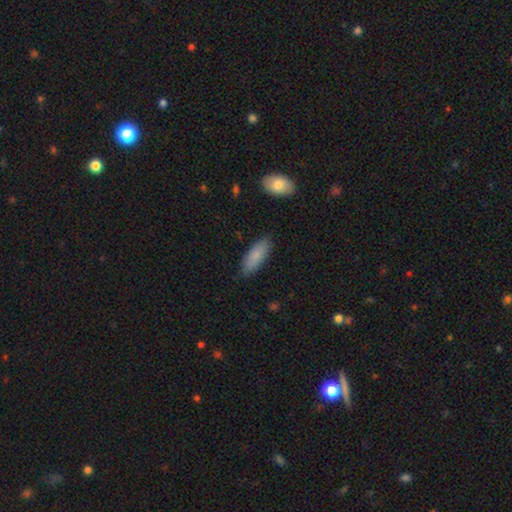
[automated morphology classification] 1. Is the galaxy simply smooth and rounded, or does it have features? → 83% smooth, 11% featured or disk, 6% star or artifact.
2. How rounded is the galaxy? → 69% in between, 30% cigar-shaped, 2% round.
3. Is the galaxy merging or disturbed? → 83% none, 13% minor disturbance, 2% major disturbance, 2% merger.